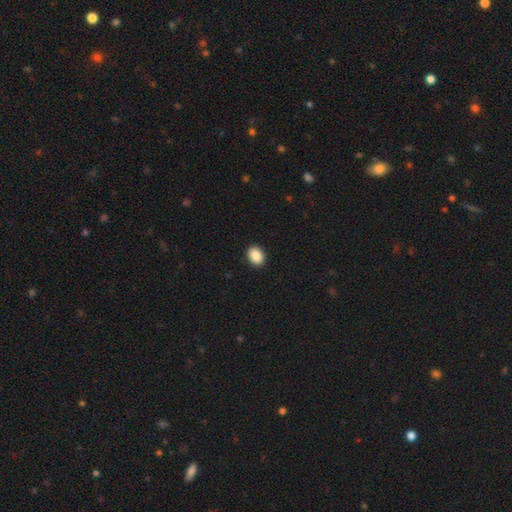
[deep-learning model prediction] A smooth galaxy with no disk features (89%) that is in between round and cigar-shaped (68%). Merging: none (92%).